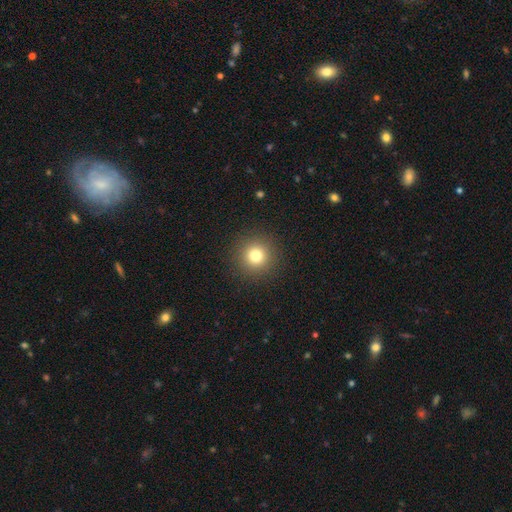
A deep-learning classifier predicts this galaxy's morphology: Q: Smooth or featured?
A: smooth (78%); runner-up: star or artifact (14%)
Q: How rounded?
A: round (96%); runner-up: in between (3%)
Q: Merging?
A: none (92%); runner-up: minor disturbance (5%)